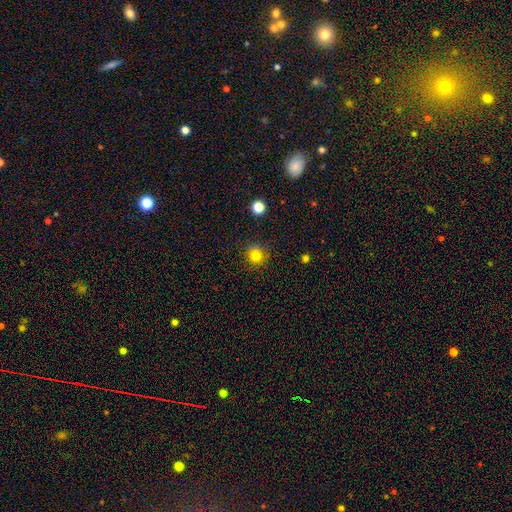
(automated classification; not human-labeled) This is likely a smooth galaxy (79%). How rounded: clearly round (91%). Merging: likely none (77%).